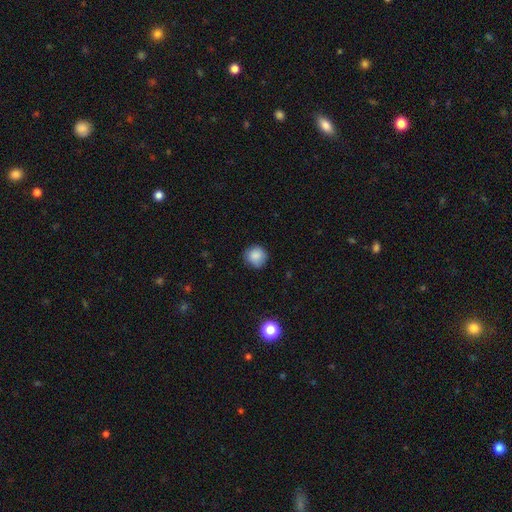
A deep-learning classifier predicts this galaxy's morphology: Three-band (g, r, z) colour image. It shows a smooth galaxy with no disk features (86%) that is round (91%). Merging: none (82%).